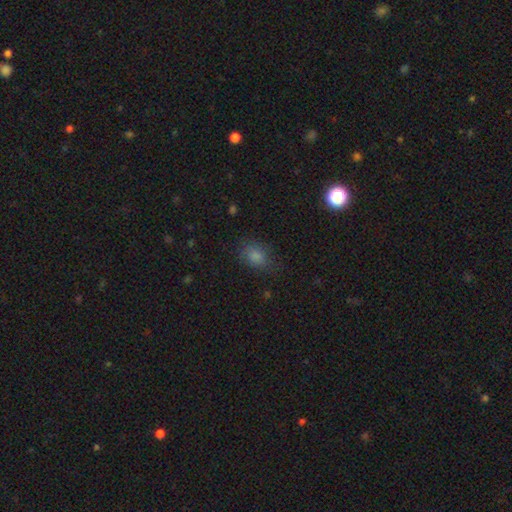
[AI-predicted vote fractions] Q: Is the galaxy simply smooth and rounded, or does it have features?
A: smooth — 81%.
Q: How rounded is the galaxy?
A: in between — 65%.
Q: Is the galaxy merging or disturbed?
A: none — 71%.